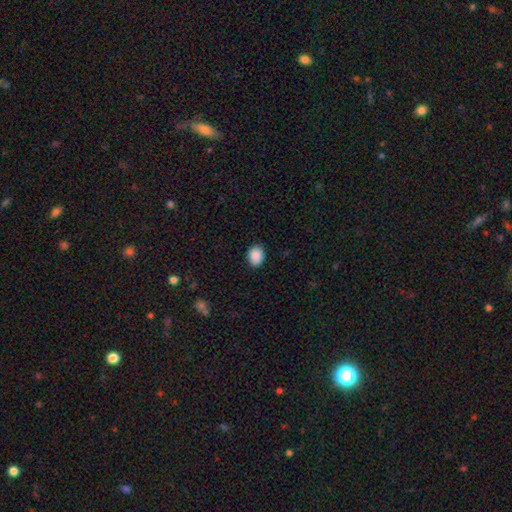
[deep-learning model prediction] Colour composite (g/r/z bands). It shows a smooth galaxy with no disk features (90%) that is in between round and cigar-shaped (59%). Merging: none (88%).